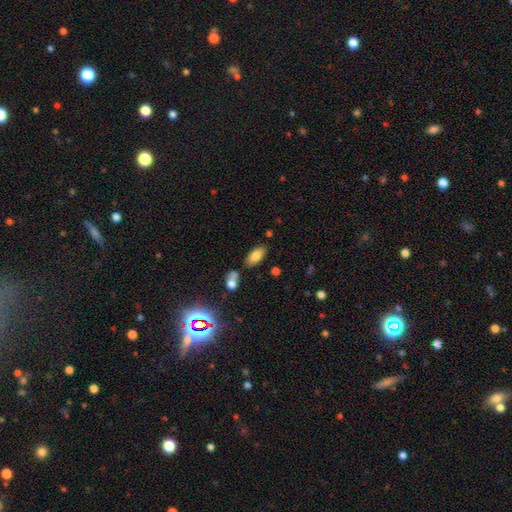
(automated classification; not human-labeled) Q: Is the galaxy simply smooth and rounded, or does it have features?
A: smooth — 80%.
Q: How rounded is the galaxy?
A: in between — 88%.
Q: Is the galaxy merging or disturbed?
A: none — 74%.